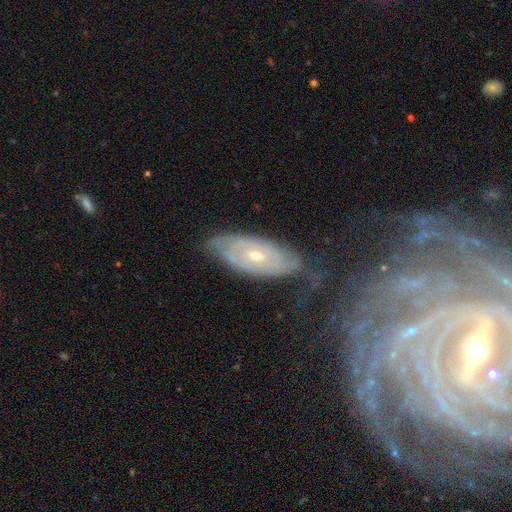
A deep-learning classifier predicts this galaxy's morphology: A featured or disk galaxy (77%) with no bar (58%), tight (70%) spiral arms (83%) and a small central bulge (52%).

Vote fractions:
- Smooth or featured? featured or disk: 77% / smooth: 17% / star or artifact: 6%
- Edge-on disk? no: 89% / yes: 11%
- Bar? no: 58% / weak: 34% / strong: 8%
- Spiral arms? yes: 83% / no: 17%
- Spiral winding? tight: 70% / medium: 23% / loose: 7%
- Spiral arm count? can't tell: 53% / 2: 28% / 3: 8% / 4: 4% / 1: 4% / more than 4: 3%
- Bulge size? small: 52% / moderate: 45% / large: 1% / none: 1% / dominant: 1%
- Merging? none: 66% / minor disturbance: 24% / major disturbance: 7% / merger: 2%